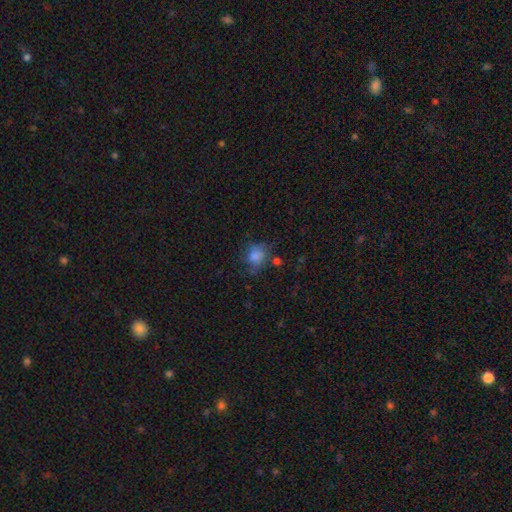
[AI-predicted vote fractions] smooth-or-featured: smooth: 74% | featured or disk: 13% | star or artifact: 13%
  how-rounded: round: 65% | in between: 34% | cigar-shaped: 1%
  merging: none: 51% | minor disturbance: 26% | major disturbance: 17% | merger: 6%